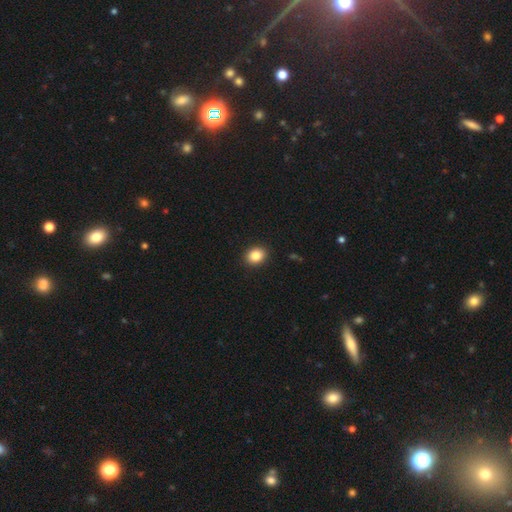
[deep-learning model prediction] Overall: smooth (85%). How rounded: round (53%; in between 46%). Merging: none (91%).